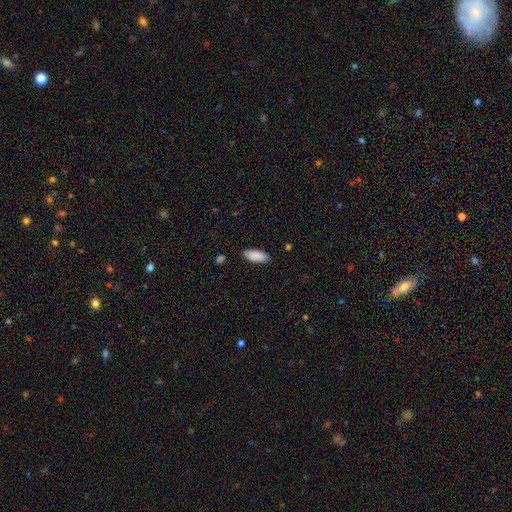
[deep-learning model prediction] Smooth or featured? Predicted: smooth (p=0.90). How rounded? Predicted: in between (p=0.86). Merging? Predicted: none (p=0.87).